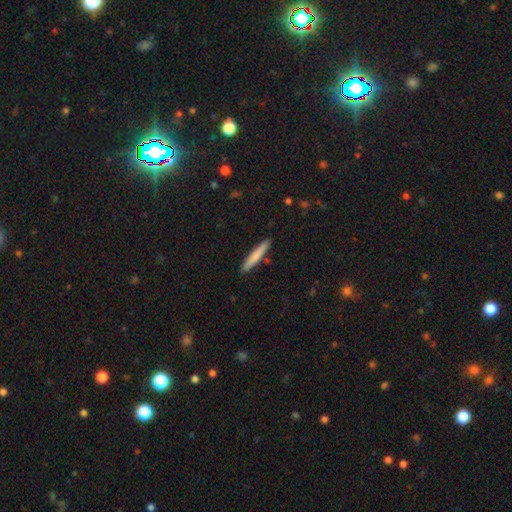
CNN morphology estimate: A smooth galaxy with no disk features (74%) that is cigar-shaped (94%). Merging: none (89%).